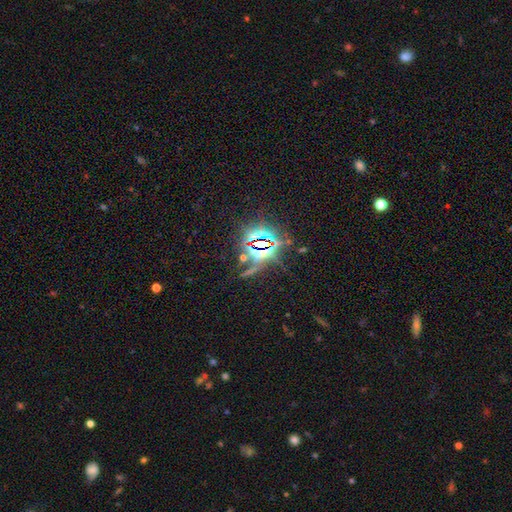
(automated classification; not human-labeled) Smooth or featured? Predicted: star or artifact (p=0.82).